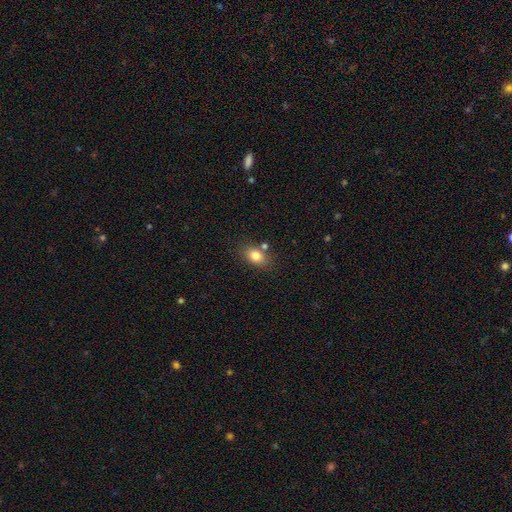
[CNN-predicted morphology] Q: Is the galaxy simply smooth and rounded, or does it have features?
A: smooth — 81%.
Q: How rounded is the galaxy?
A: in between — 75%.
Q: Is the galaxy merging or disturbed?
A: none — 70%.